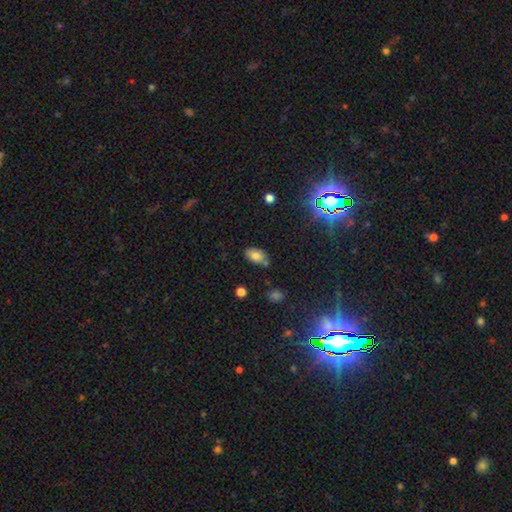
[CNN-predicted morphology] This appears to be a smooth galaxy with no disk features (78%) that is in between round and cigar-shaped (91%). Merging: none (68%).